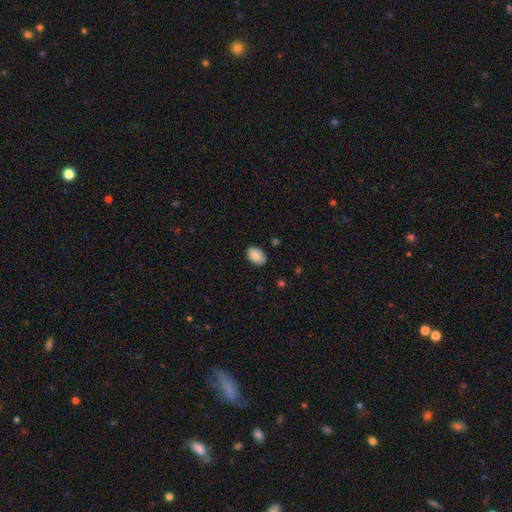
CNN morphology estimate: smooth_or_featured: smooth (p=0.85) [alt: featured or disk p=0.08]
how_rounded: in between (p=0.84) [alt: round p=0.15]
merging: none (p=0.86) [alt: minor disturbance p=0.11]